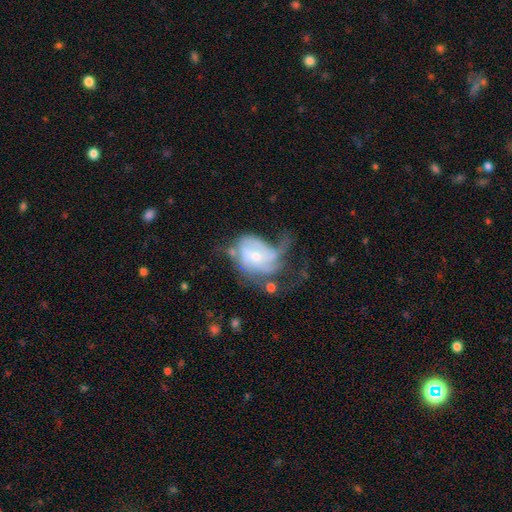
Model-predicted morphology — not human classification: Smooth or featured?
  - featured or disk: 72% *
  - smooth: 20%
  - star or artifact: 8%
Edge-on disk?
  - no: 97% *
  - yes: 3%
Bar?
  - no: 65% *
  - weak: 29%
  - strong: 6%
Spiral arms?
  - yes: 77% *
  - no: 23%
Spiral winding?
  - medium: 38% *
  - loose: 34%
  - tight: 29%
Spiral arm count?
  - can't tell: 34% *
  - 3: 23%
  - 2: 19%
  - 4: 10%
  - 1: 10%
  - more than 4: 4%
Bulge size?
  - small: 57% *
  - moderate: 37%
  - none: 3%
  - large: 3%
  - dominant: 1%
Merging?
  - major disturbance: 44% *
  - none: 27%
  - minor disturbance: 21%
  - merger: 8%